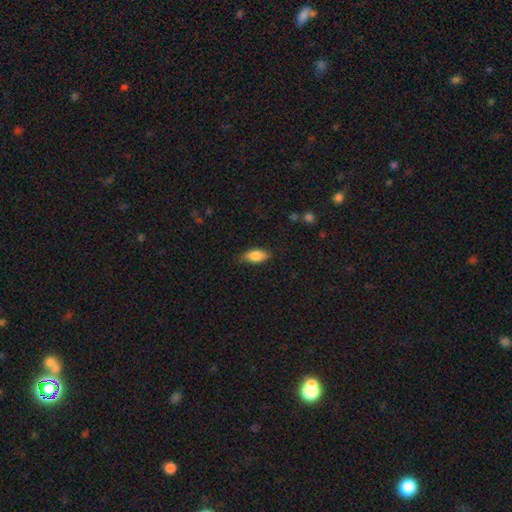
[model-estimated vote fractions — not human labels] The model was most divided on "merging": none: 79%, minor disturbance: 17%, major disturbance: 3%, merger: 1%. More confident: how rounded — in between (85%); smooth or featured — smooth (83%).